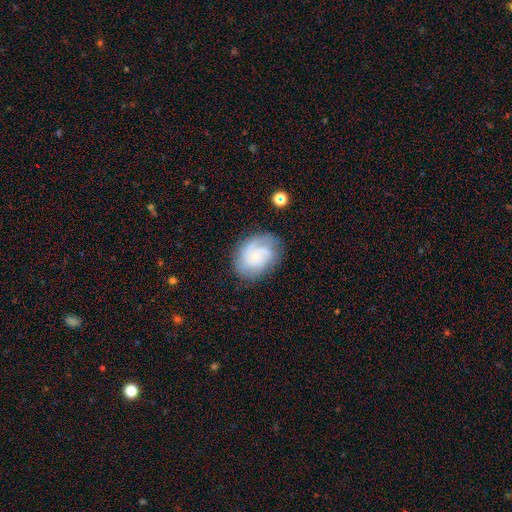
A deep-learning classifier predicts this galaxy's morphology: A featured or disk galaxy (68%) with no bar (71%), tight (49%) spiral arms (92%) and a small central bulge (70%). Merging: none (69%).